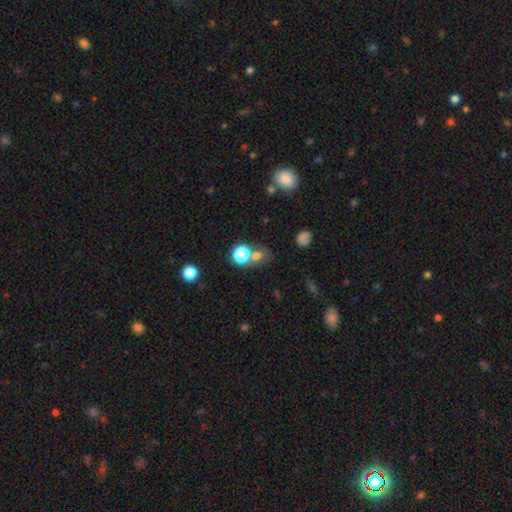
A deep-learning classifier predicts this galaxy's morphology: This appears to be a smooth galaxy with no disk features (63%) that is round (72%). Merging: none (54%).